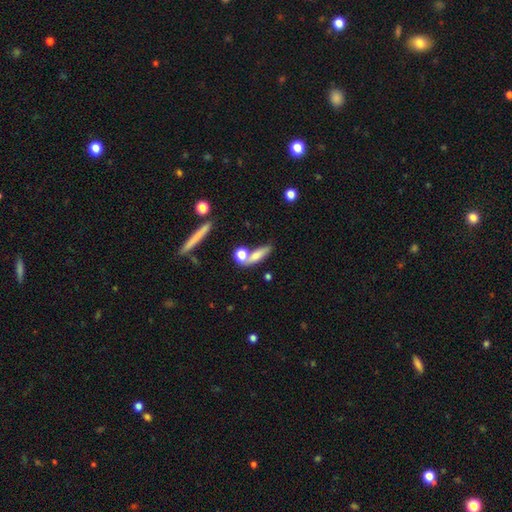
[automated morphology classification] smooth_or_featured: smooth (p=0.69) [alt: featured or disk p=0.21]
how_rounded: cigar-shaped (p=0.50) [alt: in between p=0.39]
merging: none (p=0.51) [alt: merger p=0.30]